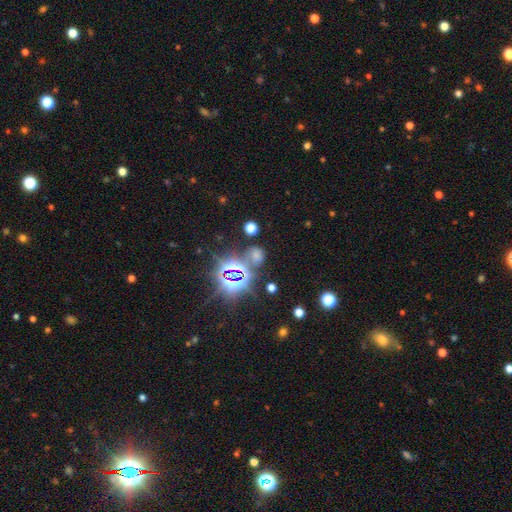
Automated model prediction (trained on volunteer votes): Smooth or featured?
  - star or artifact: 53% *
  - smooth: 38%
  - featured or disk: 9%